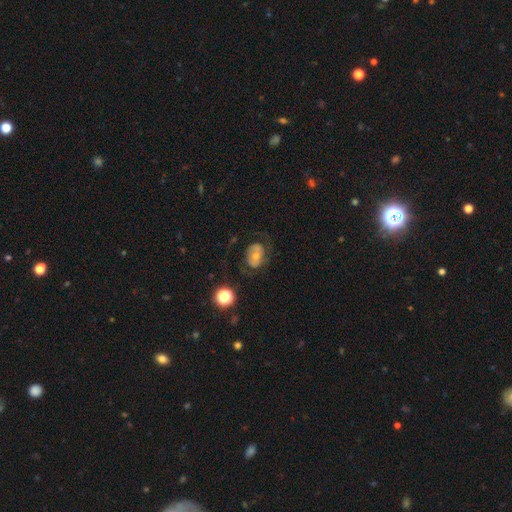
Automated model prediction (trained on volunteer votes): Smooth or featured: featured or disk — 46% (smooth — 43%)
Merging: none — 57% (minor disturbance — 20%)